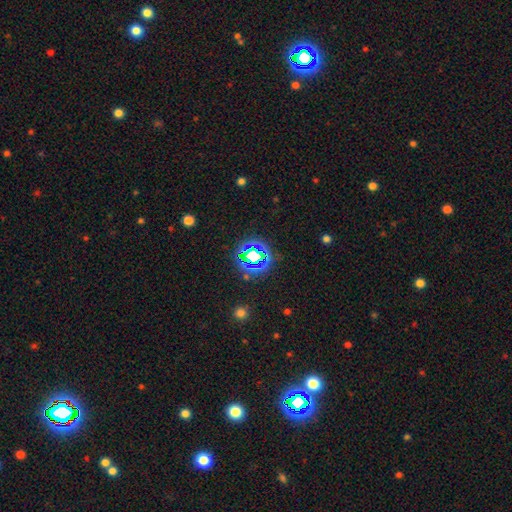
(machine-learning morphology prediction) smooth_or_featured: star or artifact (p=0.76) [alt: smooth p=0.16]